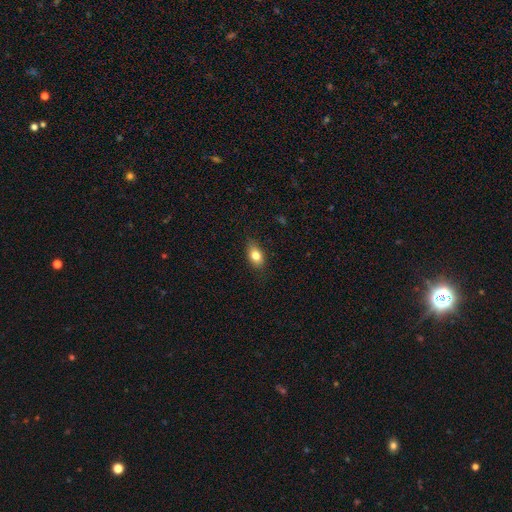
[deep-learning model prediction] smooth 80%, featured or disk 12%, star or artifact 8%. Down the decision tree: how rounded — in between (83%); merging — none (82%).